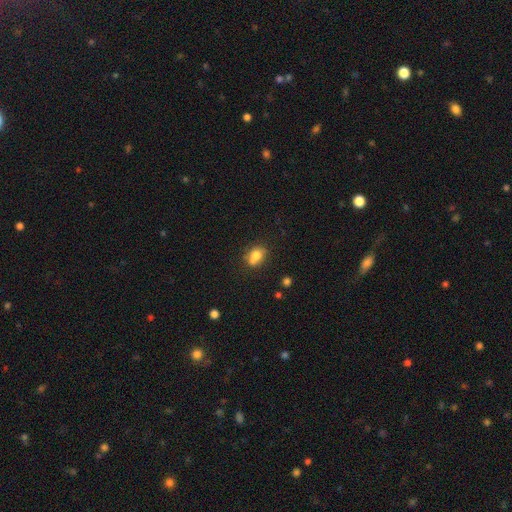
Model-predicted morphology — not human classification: smooth-or-featured: smooth: 75% | featured or disk: 14% | star or artifact: 11%
  how-rounded: in between: 53% | round: 45% | cigar-shaped: 2%
  merging: none: 50% | merger: 24% | minor disturbance: 19% | major disturbance: 6%